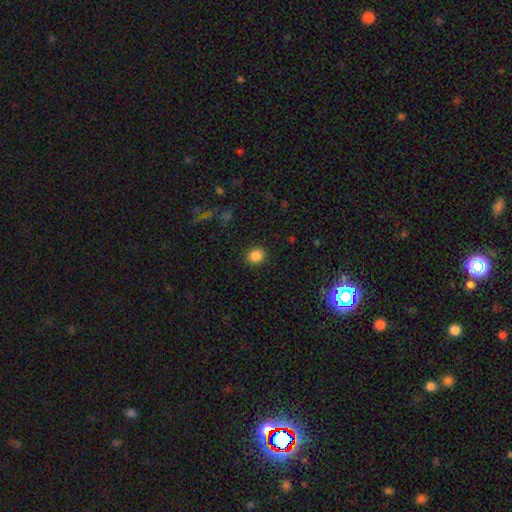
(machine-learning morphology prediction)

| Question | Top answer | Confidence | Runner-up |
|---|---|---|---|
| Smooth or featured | smooth | 85% | star or artifact (11%) |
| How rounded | round | 70% | in between (29%) |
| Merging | none | 90% | minor disturbance (7%) |